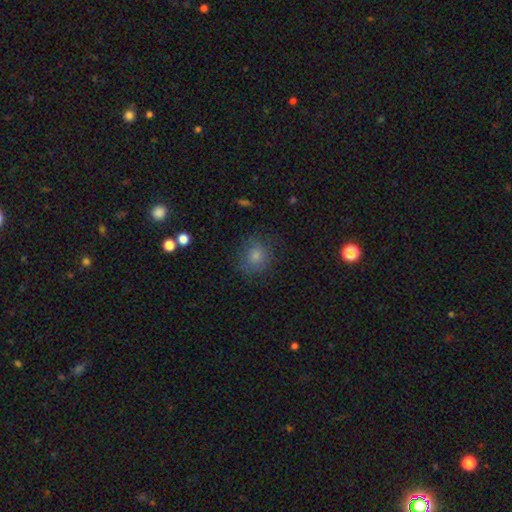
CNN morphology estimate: Smooth or featured? smooth (72%)
How rounded? round (83%)
Merging? none (79%)